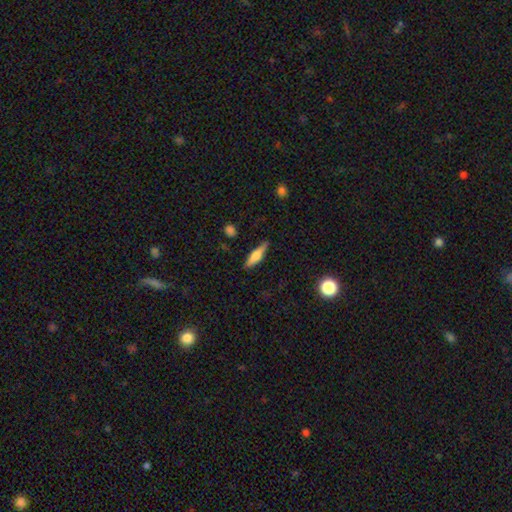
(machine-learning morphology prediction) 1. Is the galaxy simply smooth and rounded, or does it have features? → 55% smooth, 38% featured or disk, 7% star or artifact.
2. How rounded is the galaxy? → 72% cigar-shaped, 26% in between, 2% round.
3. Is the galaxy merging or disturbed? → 85% none, 11% minor disturbance, 2% major disturbance, 1% merger.